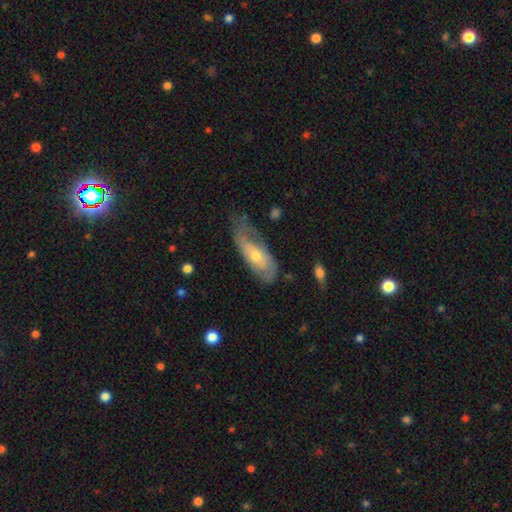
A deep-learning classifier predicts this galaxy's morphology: This appears to be a featured or disk galaxy (57%). Merging: none (42%).